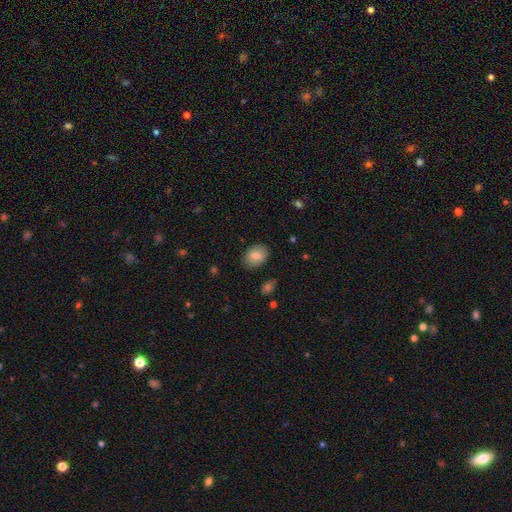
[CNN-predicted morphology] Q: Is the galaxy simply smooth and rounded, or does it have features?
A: smooth — 78%.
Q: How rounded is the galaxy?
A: in between — 63%.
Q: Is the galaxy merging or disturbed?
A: none — 85%.